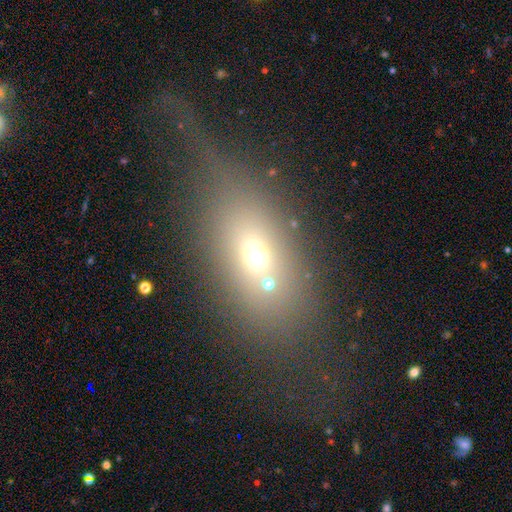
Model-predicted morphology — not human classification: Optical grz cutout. It shows a smooth galaxy with no disk features (57%) that is in between round and cigar-shaped (69%). Merging: major disturbance (34%).